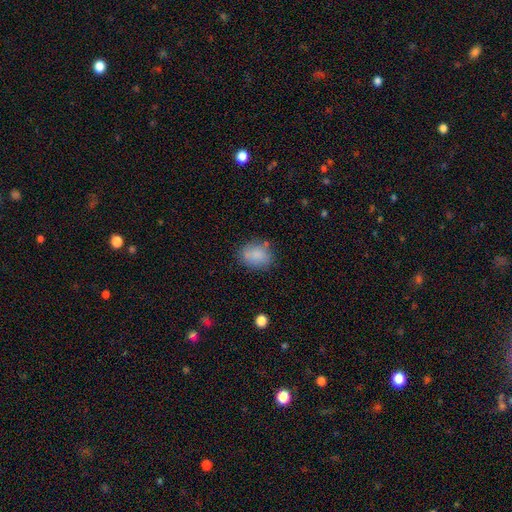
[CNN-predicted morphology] Smooth or featured? Predicted: smooth (p=0.83). How rounded? Predicted: in between (p=0.50). Merging? Predicted: none (p=0.72).